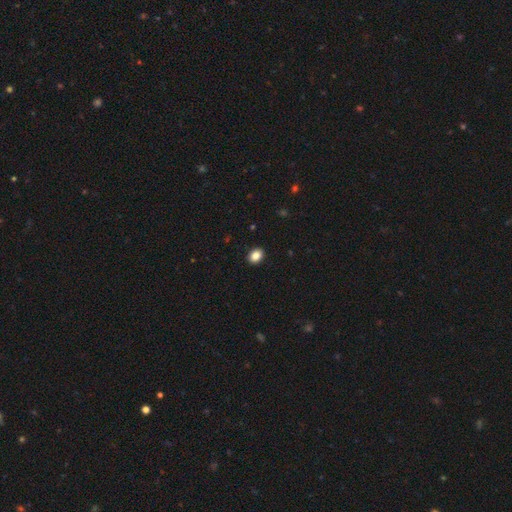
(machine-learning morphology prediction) Smooth or featured?
  - smooth: 87% *
  - star or artifact: 9%
  - featured or disk: 4%
How rounded?
  - in between: 63% *
  - round: 36%
  - cigar-shaped: 1%
Merging?
  - none: 92% *
  - minor disturbance: 6%
  - major disturbance: 2%
  - merger: 1%